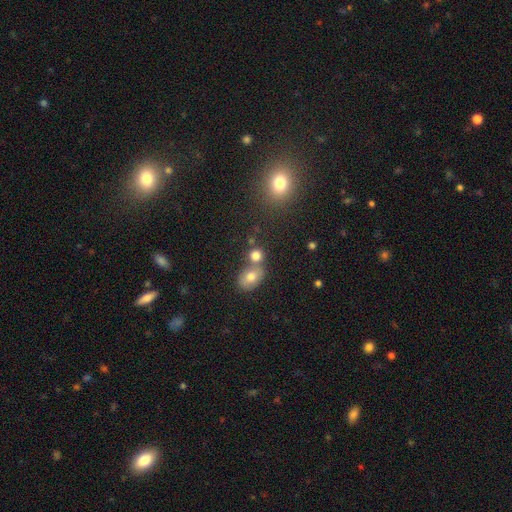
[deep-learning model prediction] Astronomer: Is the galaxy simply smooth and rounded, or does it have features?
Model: smooth — 76%.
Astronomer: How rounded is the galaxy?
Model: round — 66%.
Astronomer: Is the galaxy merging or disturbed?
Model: none — 49% (runner-up: merger, 39%).